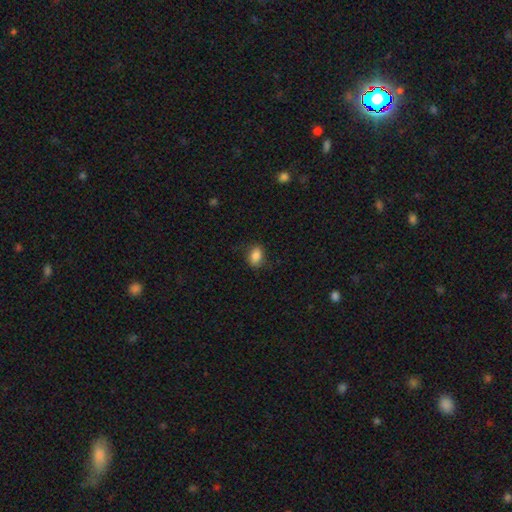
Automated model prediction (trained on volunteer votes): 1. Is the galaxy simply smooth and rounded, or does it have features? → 86% smooth, 9% star or artifact, 5% featured or disk.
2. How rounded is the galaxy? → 80% in between, 18% round, 2% cigar-shaped.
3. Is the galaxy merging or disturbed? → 82% none, 14% minor disturbance, 3% major disturbance, 1% merger.